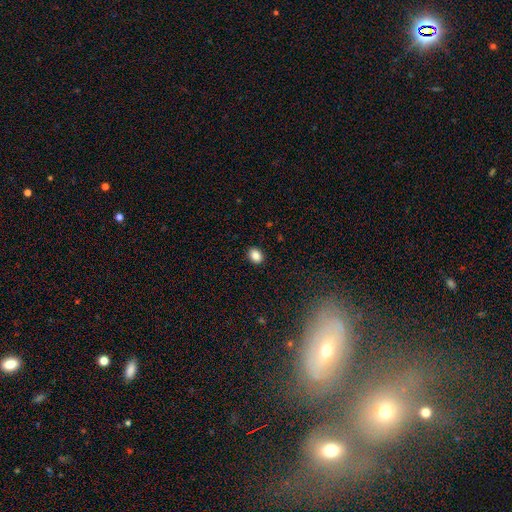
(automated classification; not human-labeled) Overall: smooth (87%). How rounded: in between (56%; round 43%). Merging: none (90%).